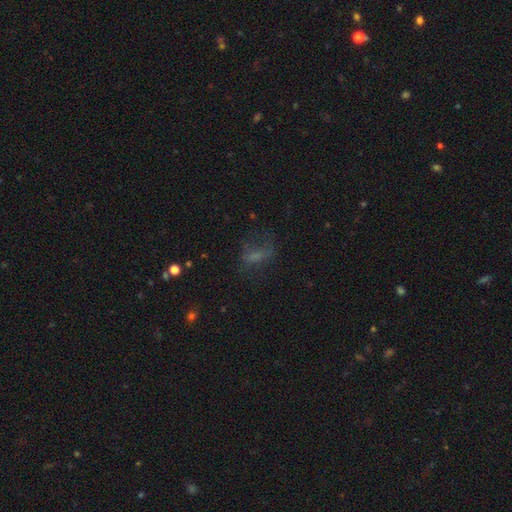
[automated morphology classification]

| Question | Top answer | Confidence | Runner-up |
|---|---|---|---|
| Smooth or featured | smooth | 47% | featured or disk (31%) |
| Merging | none | 48% | major disturbance (29%) |